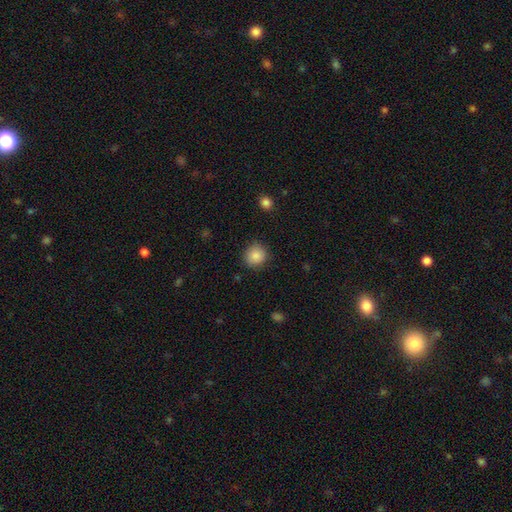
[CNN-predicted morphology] smooth 87%, star or artifact 9%, featured or disk 4%. Down the decision tree: how rounded — round (88%); merging — none (87%).